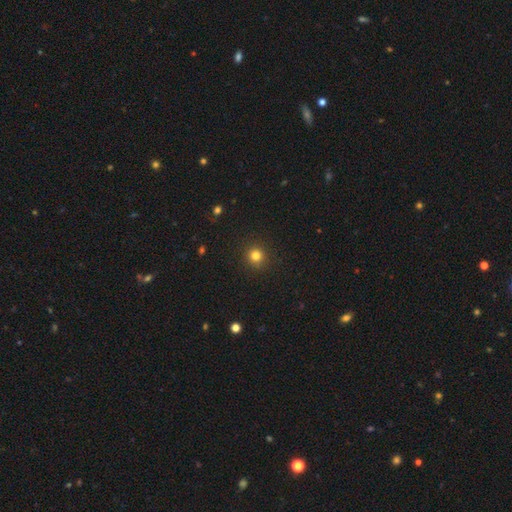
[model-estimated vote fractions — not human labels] Smooth or featured?
  - smooth: 81% *
  - star or artifact: 14%
  - featured or disk: 5%
How rounded?
  - round: 93% *
  - in between: 6%
  - cigar-shaped: 1%
Merging?
  - none: 92% *
  - minor disturbance: 5%
  - major disturbance: 2%
  - merger: 1%